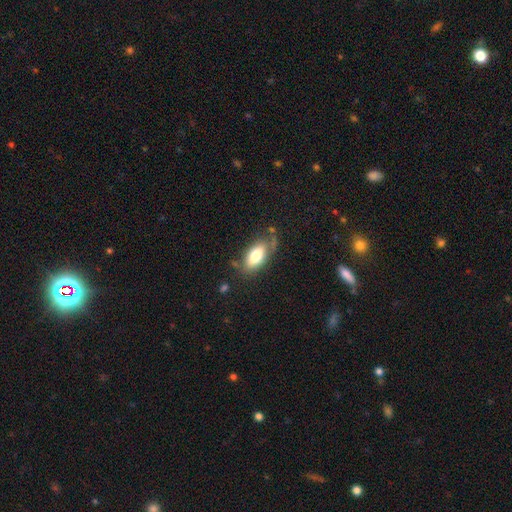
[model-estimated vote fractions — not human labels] Q: Smooth or featured?
A: smooth (73%); runner-up: featured or disk (20%)
Q: How rounded?
A: in between (88%); runner-up: cigar-shaped (8%)
Q: Merging?
A: none (62%); runner-up: minor disturbance (24%)